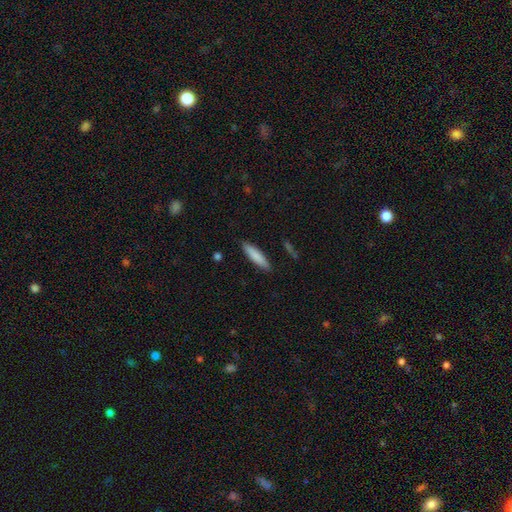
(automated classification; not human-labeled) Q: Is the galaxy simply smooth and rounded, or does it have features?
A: smooth — 83%.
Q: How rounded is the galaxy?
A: cigar-shaped — 77%.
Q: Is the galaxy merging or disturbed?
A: none — 88%.